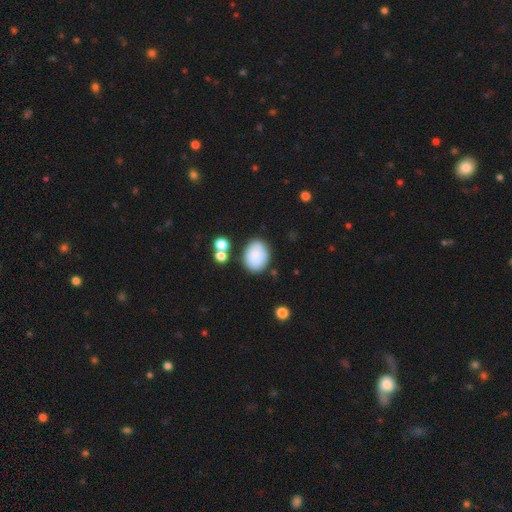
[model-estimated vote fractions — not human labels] A smooth galaxy with no disk features (82%) that is in between round and cigar-shaped (69%). Merging: none (72%).